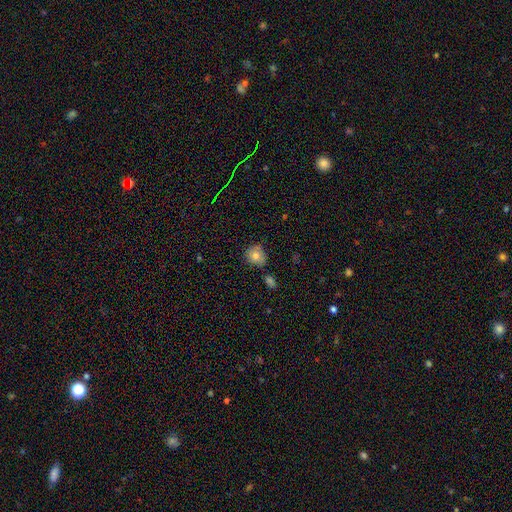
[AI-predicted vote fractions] This appears to be a smooth galaxy with no disk features (79%) that is round (83%). Merging: none (71%).